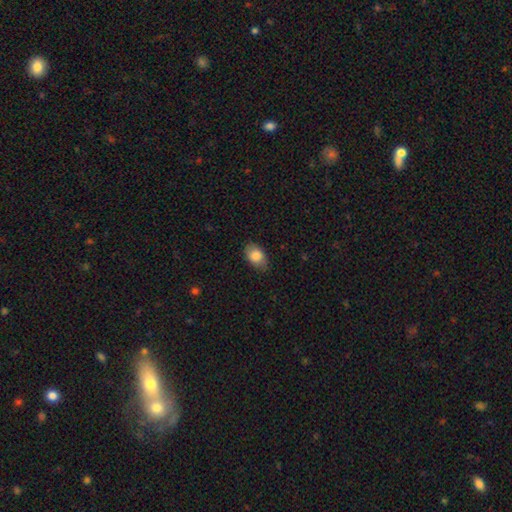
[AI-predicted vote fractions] Overall: smooth (84%). How rounded: in between (87%). Merging: none (79%).